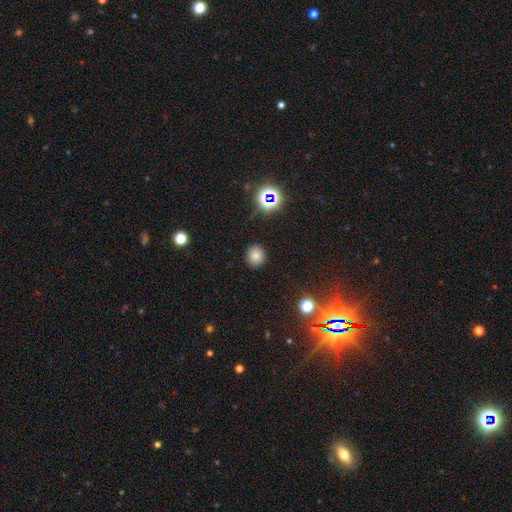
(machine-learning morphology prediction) Smooth or featured? smooth (78%)
How rounded? round (82%)
Merging? none (89%)